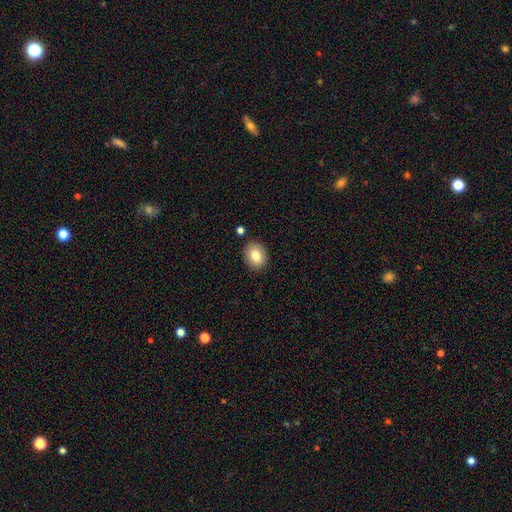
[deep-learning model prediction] Smooth or featured?
  - smooth: 83% *
  - featured or disk: 9%
  - star or artifact: 8%
How rounded?
  - in between: 59% *
  - round: 40%
  - cigar-shaped: 1%
Merging?
  - none: 87% *
  - minor disturbance: 8%
  - merger: 2%
  - major disturbance: 2%